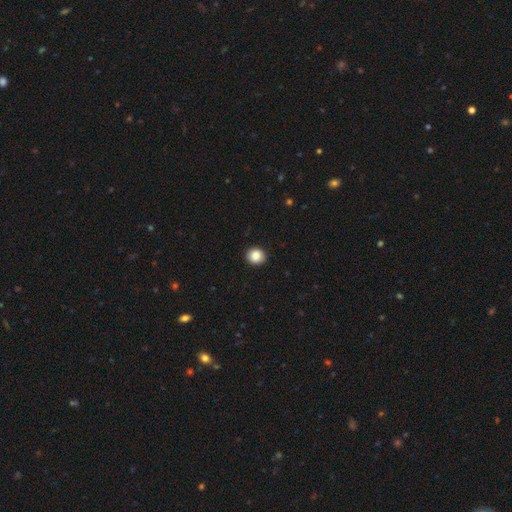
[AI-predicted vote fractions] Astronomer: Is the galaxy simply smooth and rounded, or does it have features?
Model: smooth — 87%.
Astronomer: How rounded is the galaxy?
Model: round — 83%.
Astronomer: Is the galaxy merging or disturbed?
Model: none — 92%.